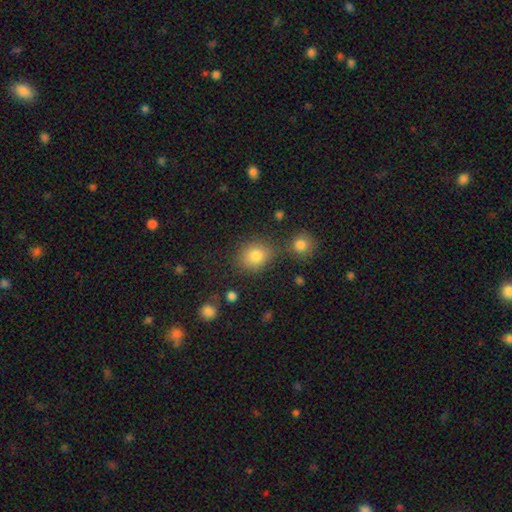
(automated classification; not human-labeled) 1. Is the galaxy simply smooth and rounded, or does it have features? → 81% smooth, 12% star or artifact, 7% featured or disk.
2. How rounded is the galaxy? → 64% round, 35% in between, 1% cigar-shaped.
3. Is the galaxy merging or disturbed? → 71% none, 12% merger, 12% minor disturbance, 5% major disturbance.